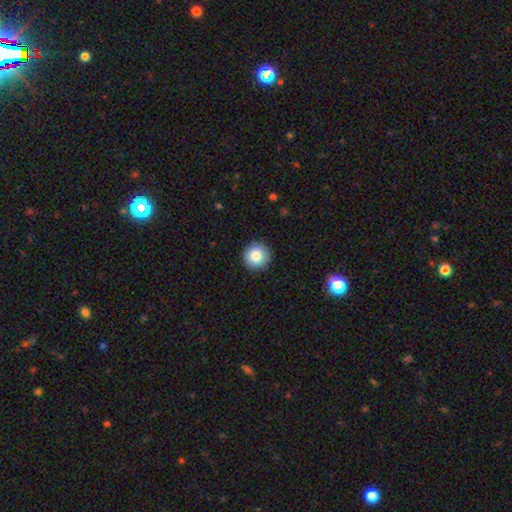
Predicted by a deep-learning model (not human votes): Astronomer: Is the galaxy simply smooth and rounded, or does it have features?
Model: smooth — 85%.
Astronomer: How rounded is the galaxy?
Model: round — 95%.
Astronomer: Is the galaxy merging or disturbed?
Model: none — 91%.